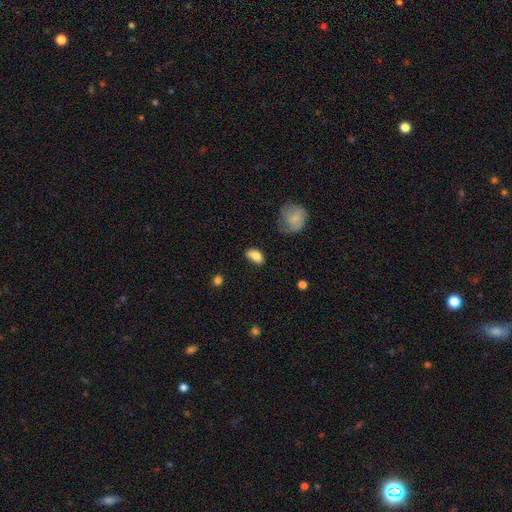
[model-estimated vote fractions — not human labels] Q: Smooth or featured?
A: smooth (83%); runner-up: featured or disk (10%)
Q: How rounded?
A: in between (89%); runner-up: round (8%)
Q: Merging?
A: none (64%); runner-up: minor disturbance (26%)